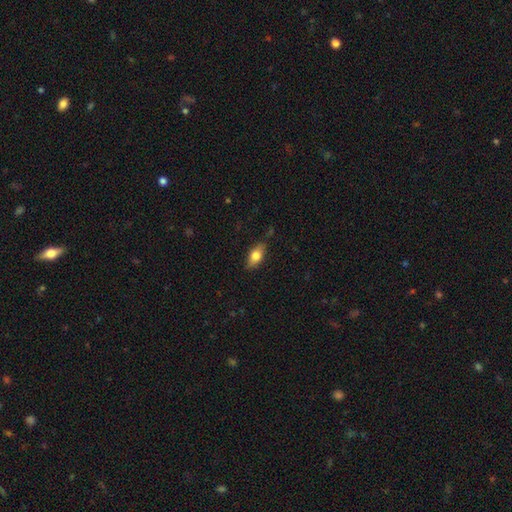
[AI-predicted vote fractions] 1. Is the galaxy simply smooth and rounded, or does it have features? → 71% smooth, 21% featured or disk, 7% star or artifact.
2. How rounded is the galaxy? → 84% in between, 10% cigar-shaped, 6% round.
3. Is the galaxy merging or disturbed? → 79% none, 16% minor disturbance, 3% major disturbance, 2% merger.